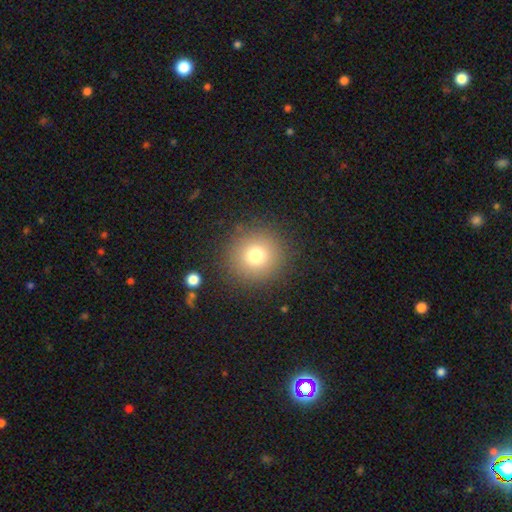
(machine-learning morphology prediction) Smooth or featured?
  - smooth: 76% *
  - star or artifact: 15%
  - featured or disk: 10%
How rounded?
  - round: 95% *
  - in between: 4%
  - cigar-shaped: 1%
Merging?
  - none: 89% *
  - minor disturbance: 6%
  - major disturbance: 3%
  - merger: 1%